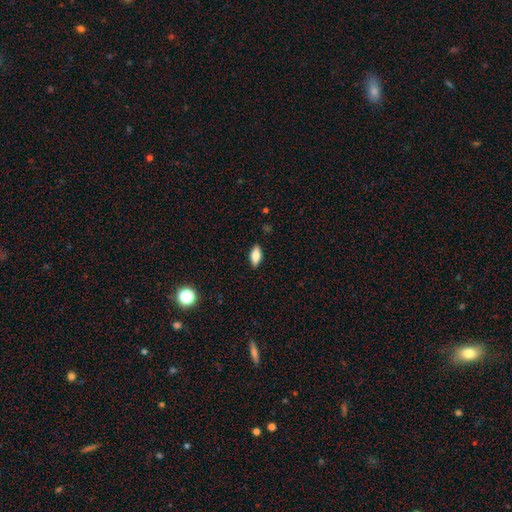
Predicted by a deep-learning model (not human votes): Morphology: type=smooth (74%); roundness=in between (78%); merging=none (88%).